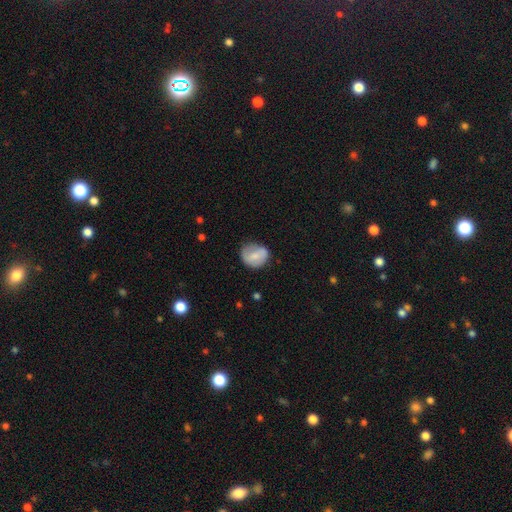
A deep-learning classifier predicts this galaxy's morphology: smooth-or-featured: smooth: 65% | featured or disk: 28% | star or artifact: 7%
  how-rounded: round: 72% | in between: 27% | cigar-shaped: 1%
  merging: none: 64% | minor disturbance: 26% | major disturbance: 8% | merger: 2%